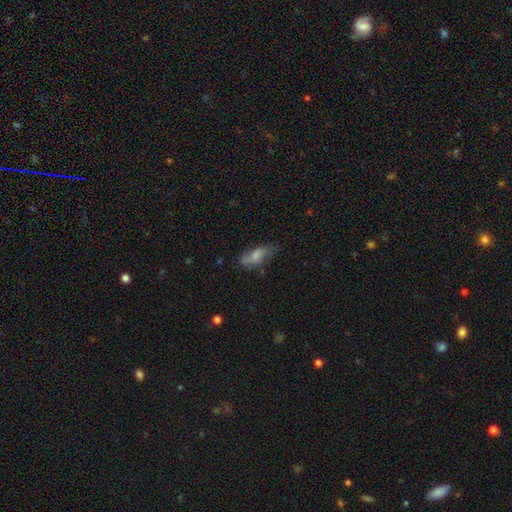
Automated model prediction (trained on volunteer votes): A smooth galaxy with no disk features (64%) that is in between round and cigar-shaped (82%).

Vote fractions:
- Smooth or featured? smooth: 64% / featured or disk: 27% / star or artifact: 8%
- How rounded? in between: 82% / cigar-shaped: 15% / round: 3%
- Merging? none: 52% / minor disturbance: 31% / major disturbance: 13% / merger: 3%